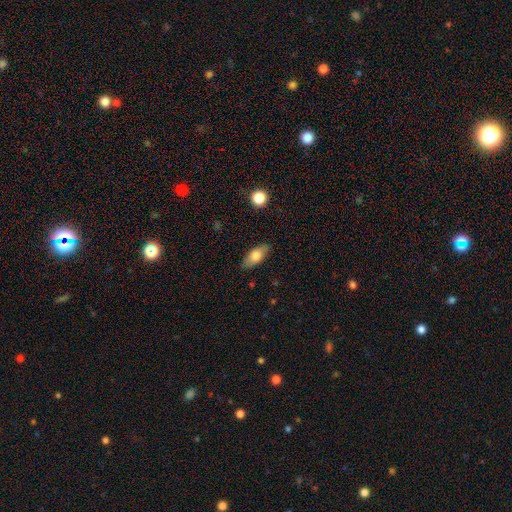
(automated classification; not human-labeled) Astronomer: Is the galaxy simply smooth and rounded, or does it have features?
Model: smooth — 73%.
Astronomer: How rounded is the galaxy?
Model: in between — 82%.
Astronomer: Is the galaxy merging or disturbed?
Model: none — 84%.